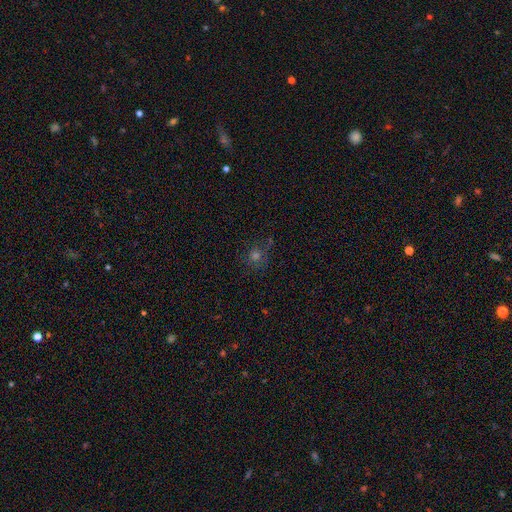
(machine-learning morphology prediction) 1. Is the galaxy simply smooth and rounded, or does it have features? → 53% smooth, 34% star or artifact, 13% featured or disk.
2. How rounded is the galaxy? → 88% round, 11% in between, 1% cigar-shaped.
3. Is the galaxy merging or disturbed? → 74% none, 14% minor disturbance, 7% major disturbance, 5% merger.